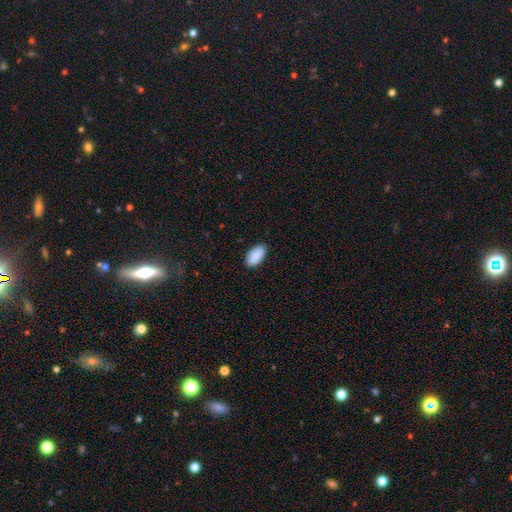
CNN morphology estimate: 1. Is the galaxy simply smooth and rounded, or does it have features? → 91% smooth, 6% star or artifact, 3% featured or disk.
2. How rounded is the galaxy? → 94% in between, 4% cigar-shaped, 2% round.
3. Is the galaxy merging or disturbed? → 88% none, 9% minor disturbance, 2% major disturbance, 1% merger.